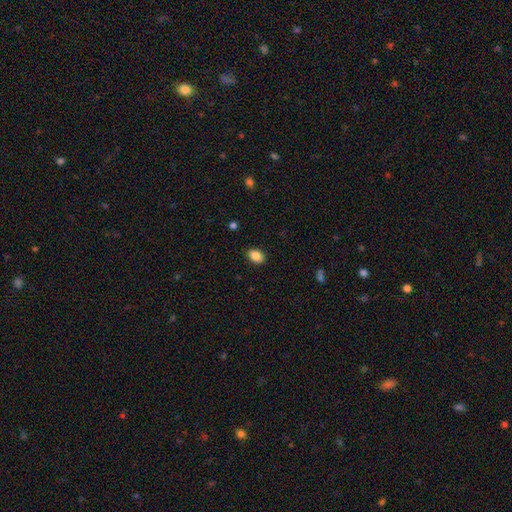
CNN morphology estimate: Smooth or featured? Predicted: smooth (p=0.87). How rounded? Predicted: in between (p=0.81). Merging? Predicted: none (p=0.88).